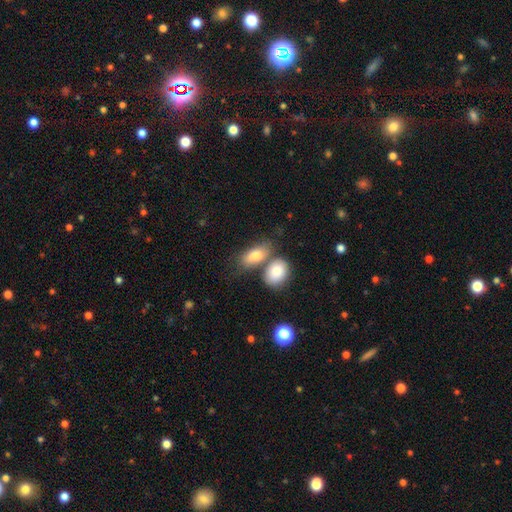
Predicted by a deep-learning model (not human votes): Morphology: type=smooth (80%); roundness=in between (89%); merging=none (43%).